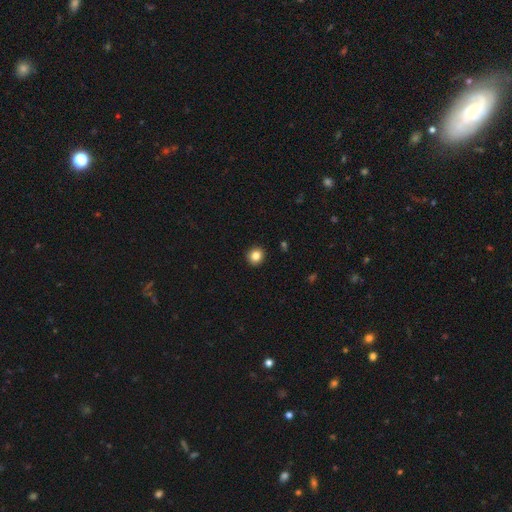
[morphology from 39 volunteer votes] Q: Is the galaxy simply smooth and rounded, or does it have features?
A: smooth — 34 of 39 (87%).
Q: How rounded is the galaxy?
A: round — 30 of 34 (88%).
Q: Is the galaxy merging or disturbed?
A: none — 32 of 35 (91%).